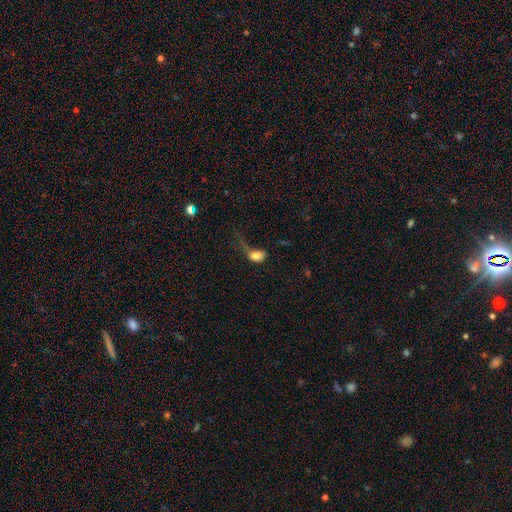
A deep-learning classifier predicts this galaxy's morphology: Overall: smooth (74%). How rounded: in between (77%). Merging: major disturbance (60%).